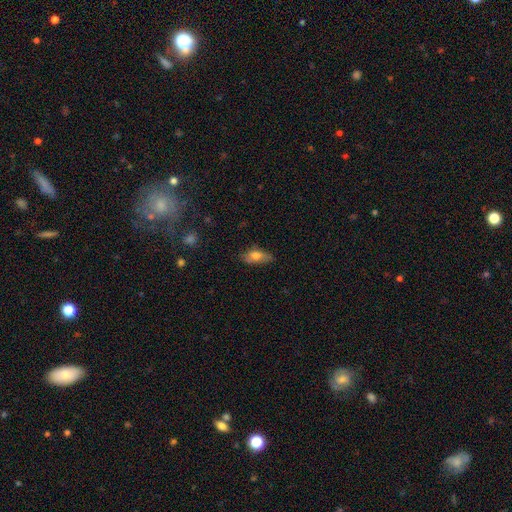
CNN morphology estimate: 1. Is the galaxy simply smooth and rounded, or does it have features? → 70% smooth, 22% featured or disk, 8% star or artifact.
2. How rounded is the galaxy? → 80% in between, 16% cigar-shaped, 4% round.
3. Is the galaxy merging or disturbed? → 75% none, 20% minor disturbance, 4% major disturbance, 2% merger.